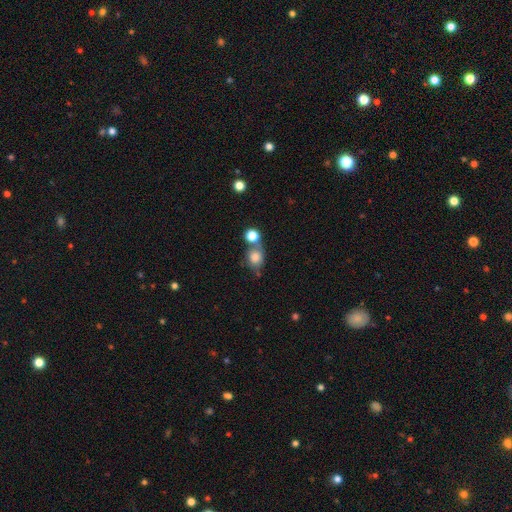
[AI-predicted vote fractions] Q: Smooth or featured?
A: smooth (80%); runner-up: star or artifact (10%)
Q: How rounded?
A: round (67%); runner-up: in between (31%)
Q: Merging?
A: none (48%); runner-up: merger (31%)